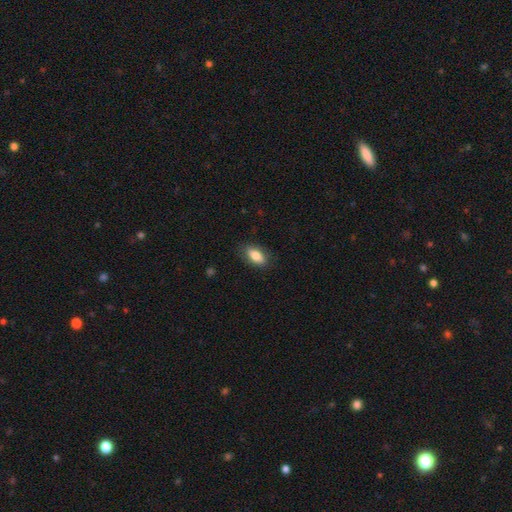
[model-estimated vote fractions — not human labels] smooth-or-featured: smooth: 79% | featured or disk: 14% | star or artifact: 7%
  how-rounded: in between: 85% | cigar-shaped: 11% | round: 4%
  merging: none: 82% | minor disturbance: 13% | major disturbance: 3% | merger: 1%